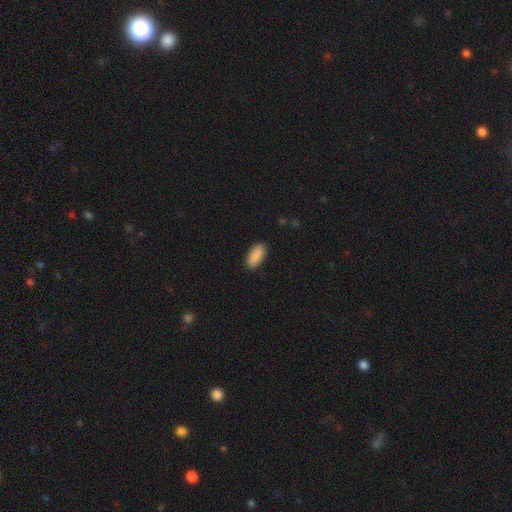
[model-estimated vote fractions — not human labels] smooth_or_featured: smooth (p=0.90) [alt: star or artifact p=0.06]
how_rounded: in between (p=0.89) [alt: cigar-shaped p=0.09]
merging: none (p=0.89) [alt: minor disturbance p=0.08]